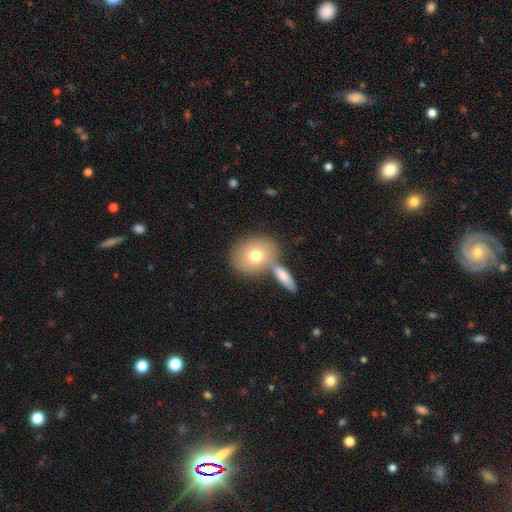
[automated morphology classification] smooth-or-featured: smooth: 73% | featured or disk: 20% | star or artifact: 8%
  how-rounded: round: 64% | in between: 34% | cigar-shaped: 2%
  merging: none: 56% | merger: 30% | minor disturbance: 11% | major disturbance: 4%